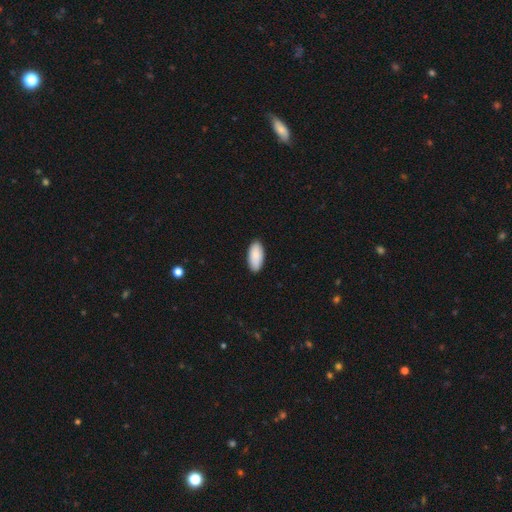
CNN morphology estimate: A smooth galaxy with no disk features (89%) that is in between round and cigar-shaped (92%). Merging: none (89%).